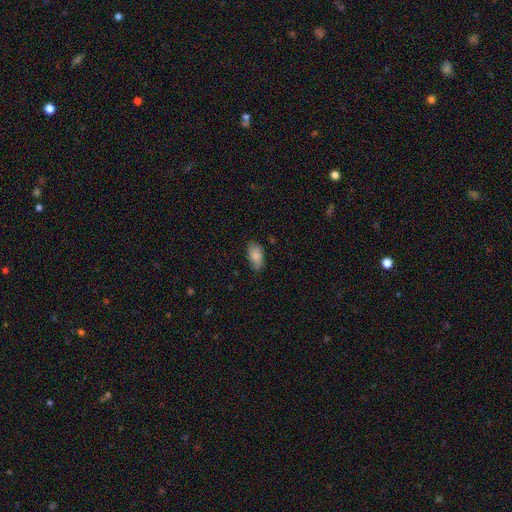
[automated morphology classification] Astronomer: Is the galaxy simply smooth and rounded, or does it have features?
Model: smooth — 81%.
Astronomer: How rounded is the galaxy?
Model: in between — 93%.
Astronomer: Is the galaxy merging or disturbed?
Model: none — 73%.